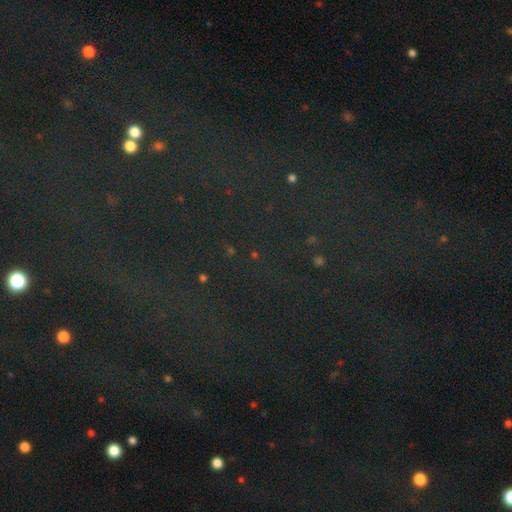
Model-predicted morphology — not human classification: This is likely a star or artifact rather than a galaxy (79%).